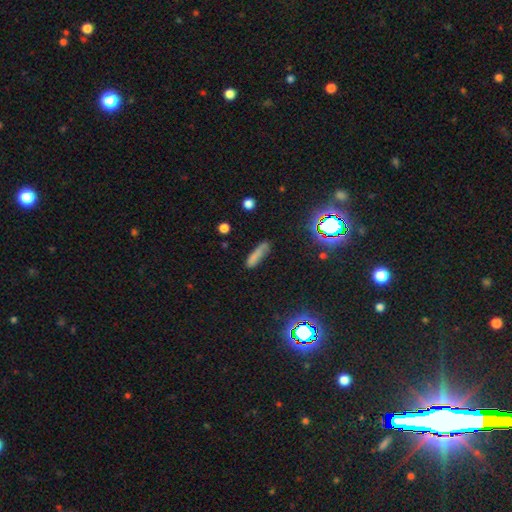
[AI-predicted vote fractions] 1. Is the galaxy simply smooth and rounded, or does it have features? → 74% smooth, 13% star or artifact, 13% featured or disk.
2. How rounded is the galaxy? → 76% cigar-shaped, 21% in between, 3% round.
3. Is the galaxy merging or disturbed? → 66% none, 23% minor disturbance, 7% major disturbance, 4% merger.